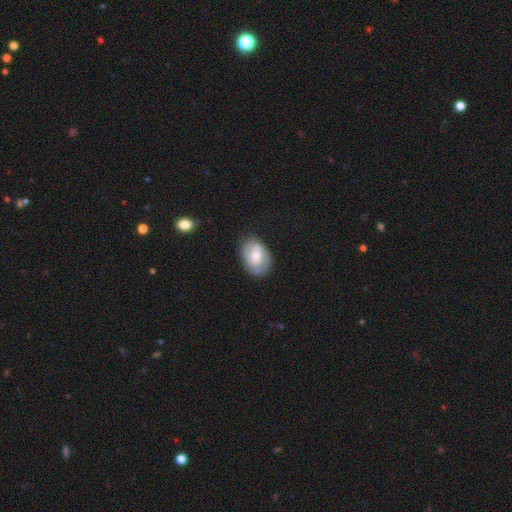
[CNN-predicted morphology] The model was most divided on "spiral winding": tight: 58%, medium: 33%, loose: 9%. More confident: edge-on disk — no (97%); spiral arms — yes (89%); merging — none (79%); smooth or featured — featured or disk (71%); bulge size — moderate (66%); bar — no (66%); spiral arm count — 2 (59%).